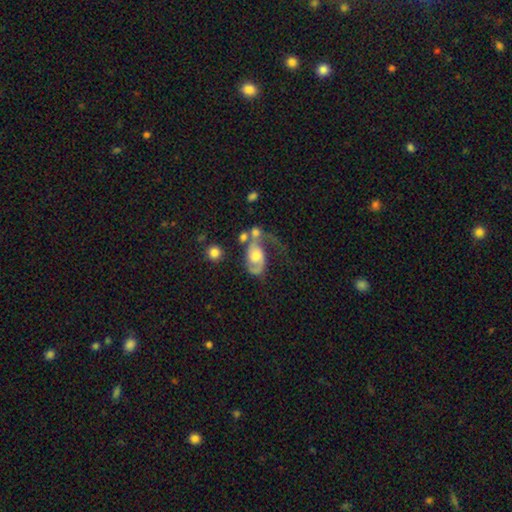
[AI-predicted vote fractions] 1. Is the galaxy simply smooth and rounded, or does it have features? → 70% featured or disk, 23% smooth, 7% star or artifact.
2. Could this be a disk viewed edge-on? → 96% no, 4% yes.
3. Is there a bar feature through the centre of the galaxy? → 69% no, 25% weak, 6% strong.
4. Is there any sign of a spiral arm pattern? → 87% yes, 13% no.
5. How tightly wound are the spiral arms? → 41% loose, 38% medium, 20% tight.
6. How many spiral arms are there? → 55% 2, 36% 1, 7% can't tell, 1% 3, 1% 4, 1% more than 4.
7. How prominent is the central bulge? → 58% moderate, 21% large, 15% small, 4% none, 2% dominant.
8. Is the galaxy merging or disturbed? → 37% major disturbance, 25% merger, 22% none, 16% minor disturbance.